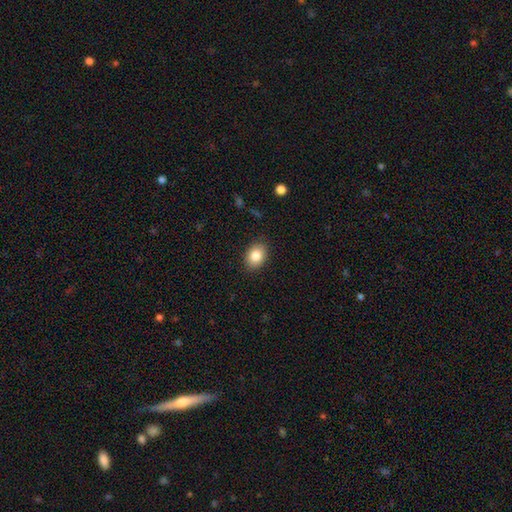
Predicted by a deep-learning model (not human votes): smooth 85%, star or artifact 8%, featured or disk 7%. Down the decision tree: how rounded — in between (70%); merging — none (88%).